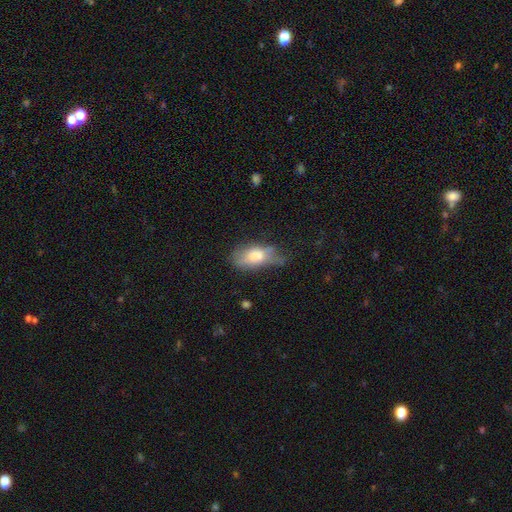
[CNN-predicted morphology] smooth-or-featured: smooth: 66% | featured or disk: 25% | star or artifact: 9%
  how-rounded: in between: 87% | cigar-shaped: 7% | round: 6%
  merging: minor disturbance: 35% | none: 31% | major disturbance: 27% | merger: 7%